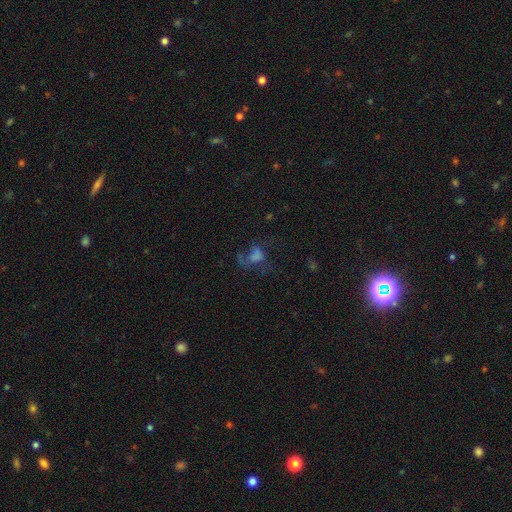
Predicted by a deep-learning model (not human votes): Smooth or featured: smooth — 39% (featured or disk — 33%)
Merging: major disturbance — 42% (none — 36%)